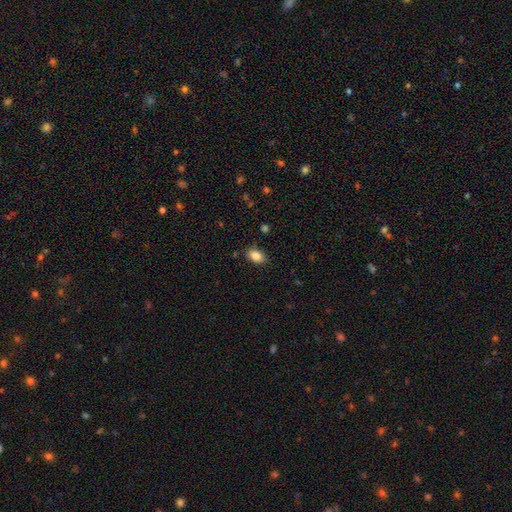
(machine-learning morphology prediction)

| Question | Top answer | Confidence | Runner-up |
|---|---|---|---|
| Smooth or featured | smooth | 87% | star or artifact (9%) |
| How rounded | in between | 87% | round (12%) |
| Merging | none | 82% | minor disturbance (13%) |